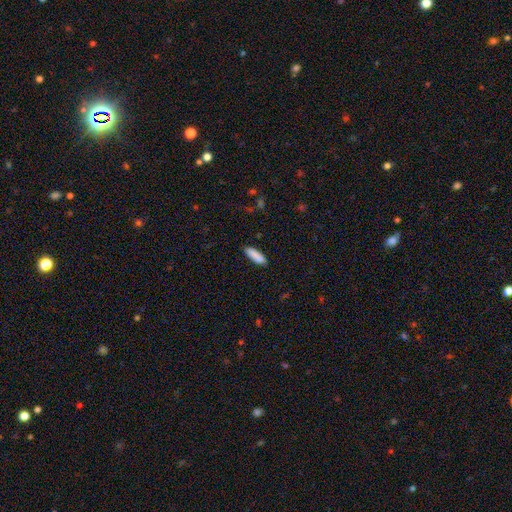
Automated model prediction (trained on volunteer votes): This is clearly a smooth galaxy (88%). How rounded: possibly cigar-shaped (57%). Merging: clearly none (87%).